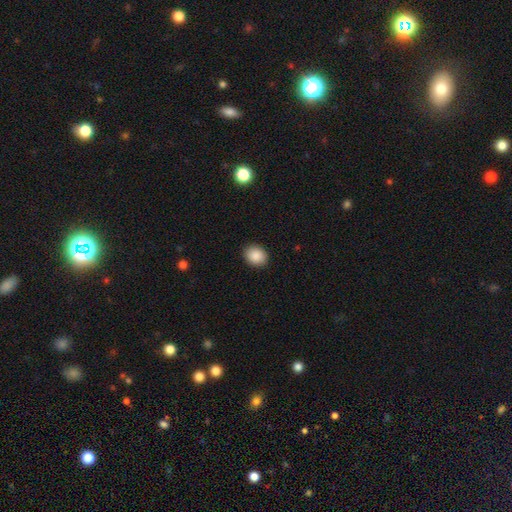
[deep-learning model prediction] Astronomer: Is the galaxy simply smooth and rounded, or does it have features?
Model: smooth — 88%.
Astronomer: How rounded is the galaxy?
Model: round — 58% (runner-up: in between, 41%).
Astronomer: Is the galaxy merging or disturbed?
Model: none — 90%.